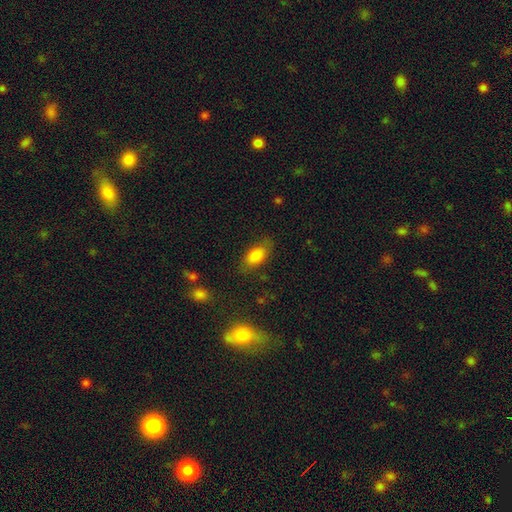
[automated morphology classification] The model was most divided on "merging": none: 75%, minor disturbance: 18%, major disturbance: 6%, merger: 2%. More confident: how rounded — in between (89%); smooth or featured — smooth (81%).